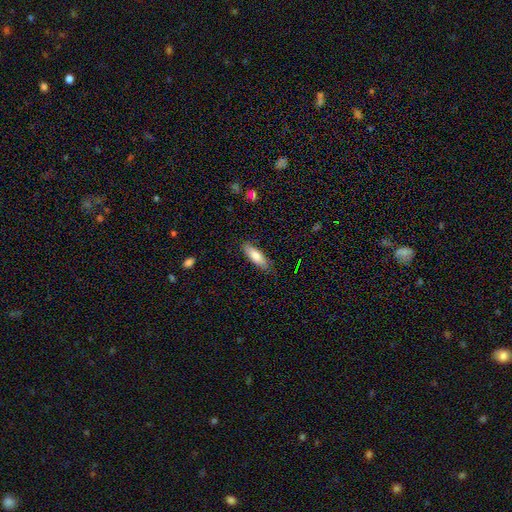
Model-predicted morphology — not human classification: This is likely a smooth galaxy (78%). How rounded: possibly in between (57%). Merging: clearly none (82%).